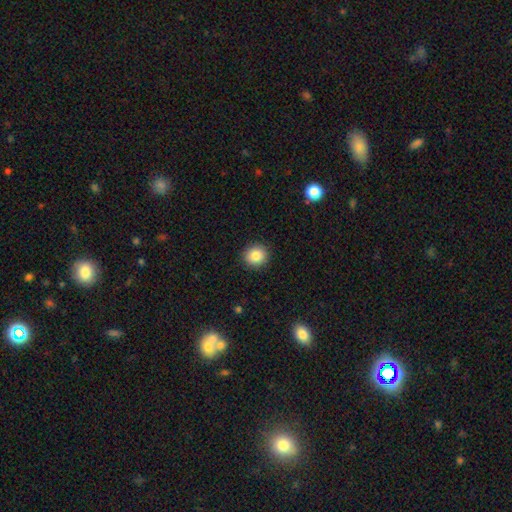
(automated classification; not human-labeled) Q: Smooth or featured?
A: smooth (84%); runner-up: star or artifact (9%)
Q: How rounded?
A: round (90%); runner-up: in between (9%)
Q: Merging?
A: none (92%); runner-up: minor disturbance (6%)